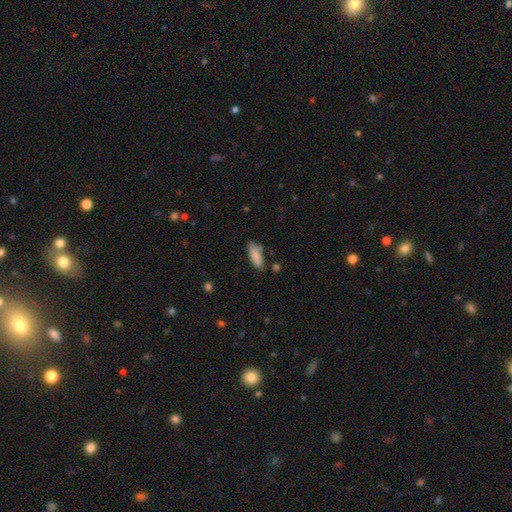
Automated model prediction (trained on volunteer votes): This is clearly a smooth galaxy (86%). How rounded: likely in between (66%). Merging: likely none (70%).